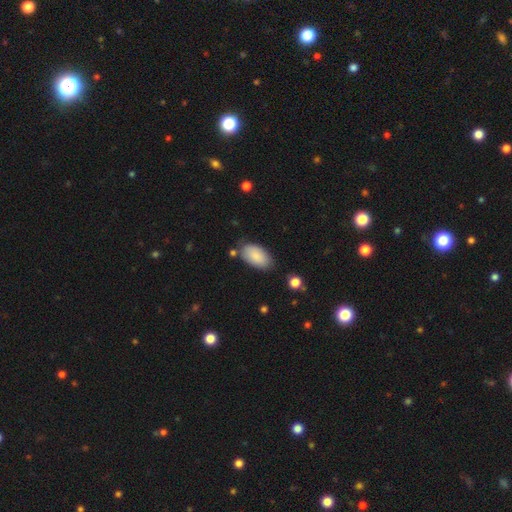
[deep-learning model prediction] A smooth galaxy with no disk features (87%) that is in between round and cigar-shaped (95%). Merging: none (76%).